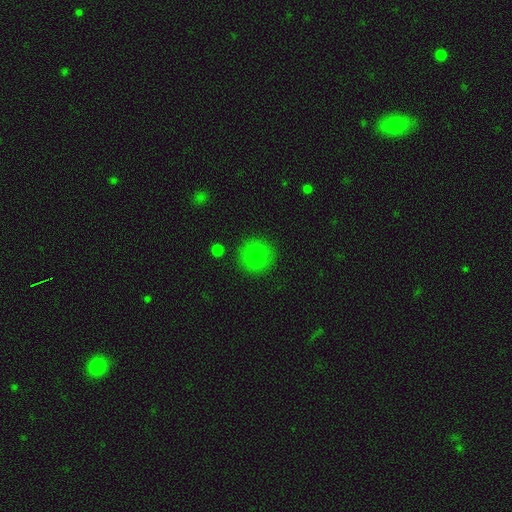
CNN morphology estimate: A smooth galaxy with no disk features (80%) that is round (91%). Merging: none (87%).